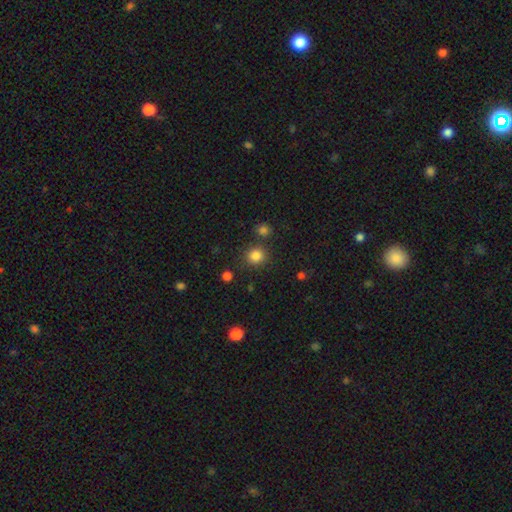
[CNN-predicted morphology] A smooth galaxy with no disk features (83%) that is round (88%).

Vote fractions:
- Smooth or featured? smooth: 83% / star or artifact: 12% / featured or disk: 4%
- How rounded? round: 88% / in between: 11% / cigar-shaped: 1%
- Merging? none: 82% / minor disturbance: 8% / merger: 7% / major disturbance: 3%